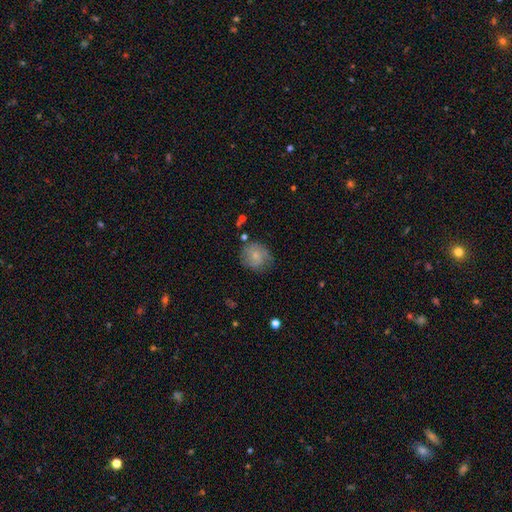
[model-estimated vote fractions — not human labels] smooth-or-featured: smooth: 70% | featured or disk: 22% | star or artifact: 8%
  how-rounded: round: 81% | in between: 18% | cigar-shaped: 1%
  merging: none: 63% | minor disturbance: 26% | major disturbance: 9% | merger: 3%